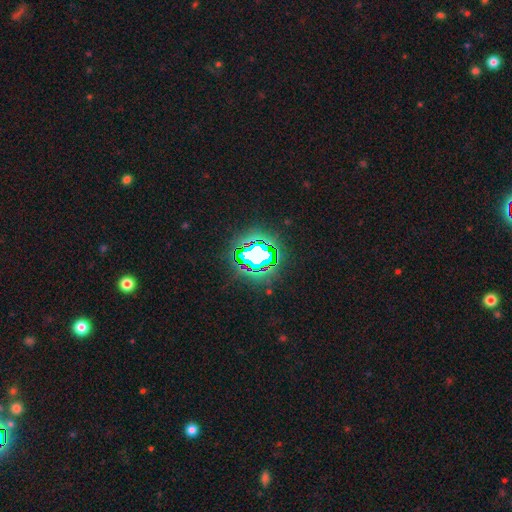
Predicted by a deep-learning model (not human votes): A star or artifact, not a galaxy (71%).